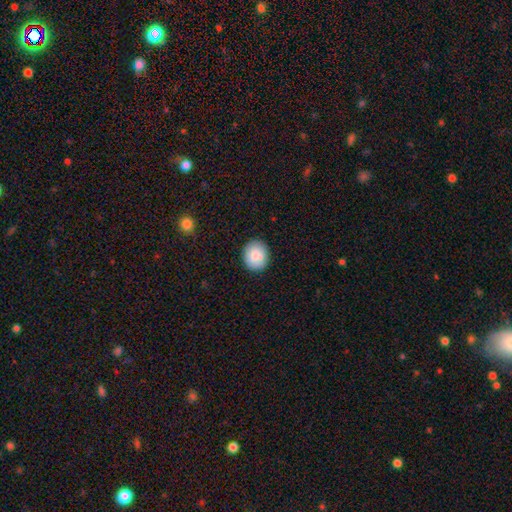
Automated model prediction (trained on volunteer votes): The model was most divided on "how rounded": round: 68%, in between: 31%, cigar-shaped: 1%. More confident: smooth or featured — smooth (86%); merging — none (85%).